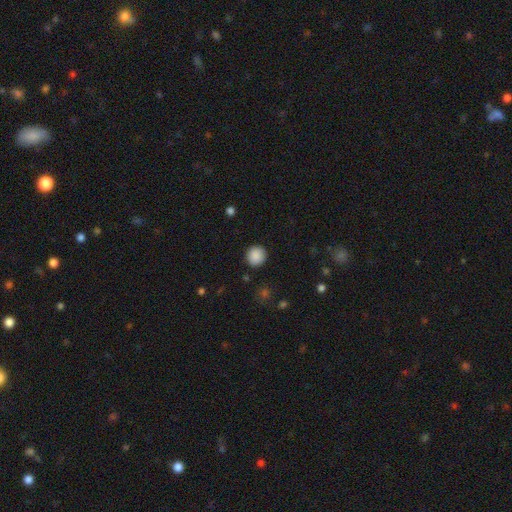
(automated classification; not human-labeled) smooth_or_featured: smooth (p=0.89) [alt: star or artifact p=0.08]
how_rounded: round (p=0.92) [alt: in between p=0.07]
merging: none (p=0.91) [alt: minor disturbance p=0.06]